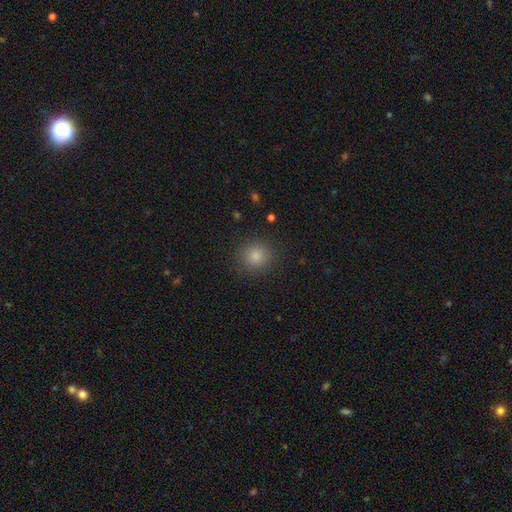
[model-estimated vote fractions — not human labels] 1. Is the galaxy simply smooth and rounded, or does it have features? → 80% smooth, 15% star or artifact, 5% featured or disk.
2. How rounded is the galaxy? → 90% round, 9% in between, 1% cigar-shaped.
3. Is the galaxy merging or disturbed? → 90% none, 6% minor disturbance, 2% major disturbance, 1% merger.